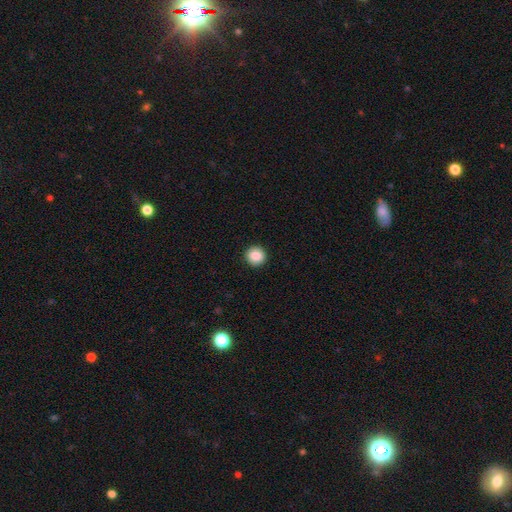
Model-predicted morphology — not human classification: Smooth or featured?
  - smooth: 88% *
  - star or artifact: 8%
  - featured or disk: 4%
How rounded?
  - round: 92% *
  - in between: 7%
  - cigar-shaped: 1%
Merging?
  - none: 92% *
  - minor disturbance: 5%
  - major disturbance: 2%
  - merger: 1%